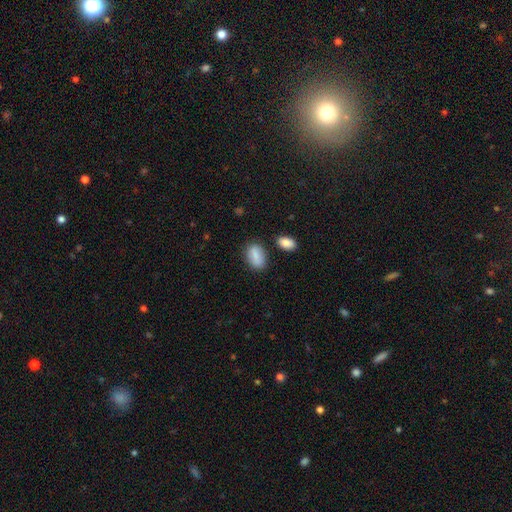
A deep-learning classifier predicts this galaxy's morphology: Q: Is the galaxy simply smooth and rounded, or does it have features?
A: smooth — 83%.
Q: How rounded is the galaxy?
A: in between — 89%.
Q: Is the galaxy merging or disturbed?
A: none — 76%.